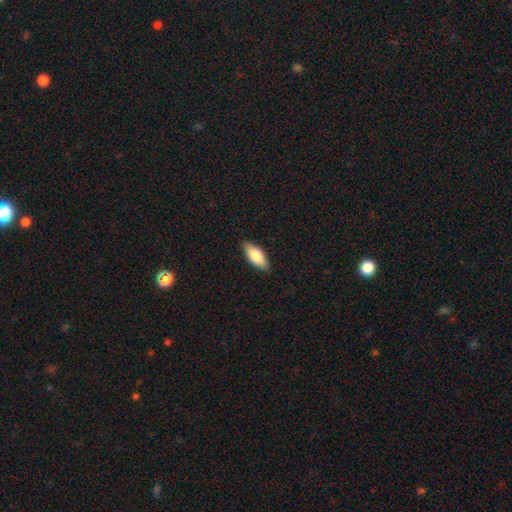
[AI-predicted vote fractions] Smooth or featured? Predicted: smooth (p=0.81). How rounded? Predicted: in between (p=0.83). Merging? Predicted: none (p=0.87).